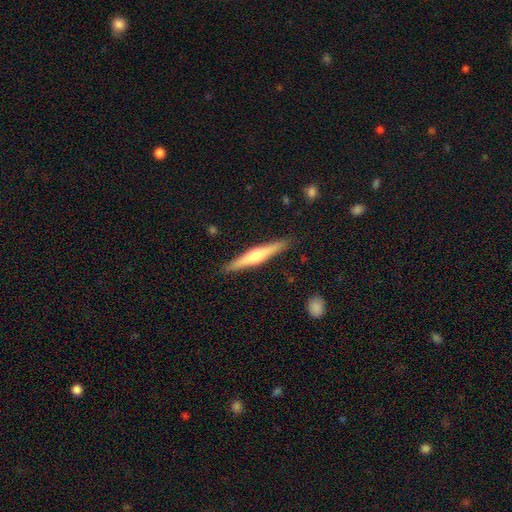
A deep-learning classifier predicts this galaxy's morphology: The model was most divided on "smooth or featured": featured or disk: 62%, smooth: 33%, star or artifact: 5%. More confident: edge-on disk — yes (97%); merging — none (90%); edge-on bulge — rounded (86%).